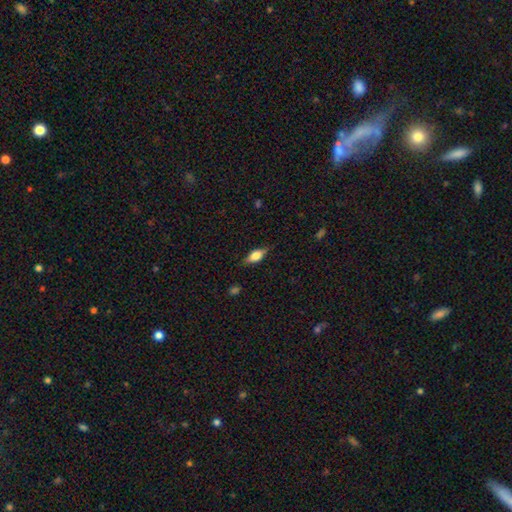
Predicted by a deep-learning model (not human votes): Smooth or featured? Predicted: smooth (p=0.55). How rounded? Predicted: in between (p=0.74). Merging? Predicted: none (p=0.80).